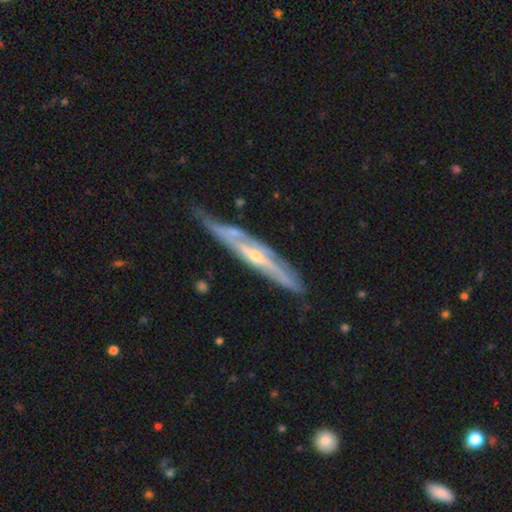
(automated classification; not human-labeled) A featured or disk galaxy (80%) viewed edge-on (77%) with a rounded central bulge (61%).

Vote fractions:
- Smooth or featured? featured or disk: 80% / smooth: 15% / star or artifact: 6%
- Edge-on disk? yes: 77% / no: 23%
- Edge-on bulge? rounded: 61% / none: 34% / boxy: 5%
- Merging? none: 67% / minor disturbance: 25% / major disturbance: 5% / merger: 3%